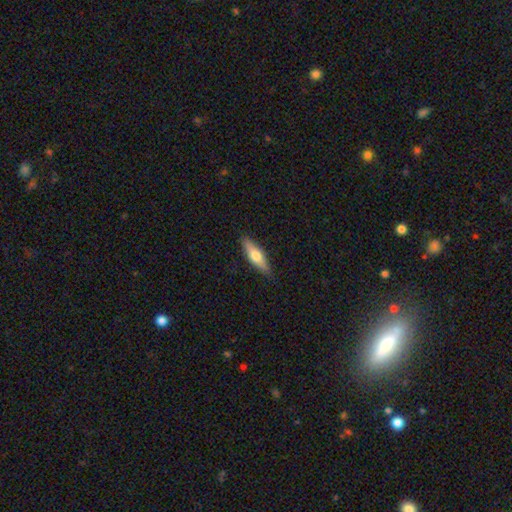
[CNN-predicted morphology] Smooth or featured: smooth — 55% (featured or disk — 40%)
How rounded: cigar-shaped — 57% (in between — 41%)
Merging: none — 88% (minor disturbance — 9%)